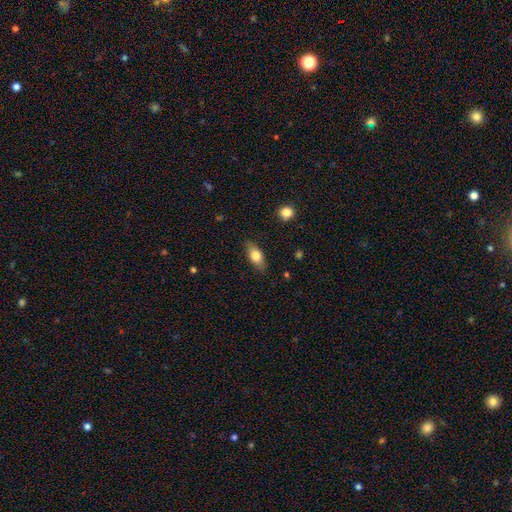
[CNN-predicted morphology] type=smooth (74%); roundness=in between (82%); merging=none (83%).